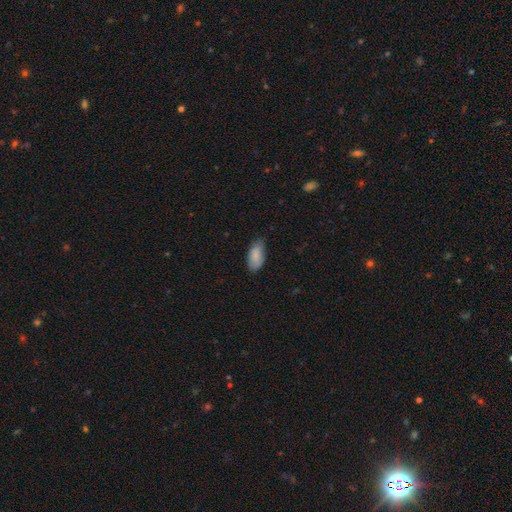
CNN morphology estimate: Smooth or featured? Predicted: smooth (p=0.86). How rounded? Predicted: in between (p=0.93). Merging? Predicted: none (p=0.69).